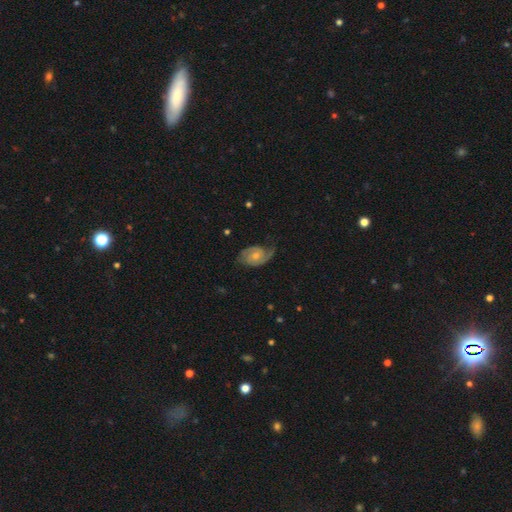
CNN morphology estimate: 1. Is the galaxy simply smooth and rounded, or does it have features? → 79% featured or disk, 16% smooth, 6% star or artifact.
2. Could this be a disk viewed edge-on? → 97% no, 3% yes.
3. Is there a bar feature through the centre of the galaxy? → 68% no, 28% weak, 4% strong.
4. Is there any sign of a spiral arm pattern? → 95% yes, 5% no.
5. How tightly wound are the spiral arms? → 42% medium, 36% tight, 23% loose.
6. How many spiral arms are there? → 75% 2, 13% 1, 8% can't tell, 2% 3, 1% 4, 1% more than 4.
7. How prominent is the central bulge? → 55% moderate, 37% small, 3% large, 3% none, 1% dominant.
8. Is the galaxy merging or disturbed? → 62% none, 24% minor disturbance, 12% major disturbance, 1% merger.